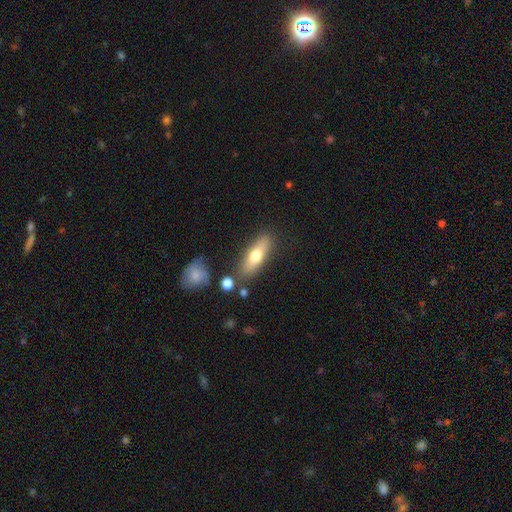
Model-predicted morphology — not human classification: This appears to be a smooth galaxy with no disk features (63%) that is in between round and cigar-shaped (52%). Merging: none (79%).